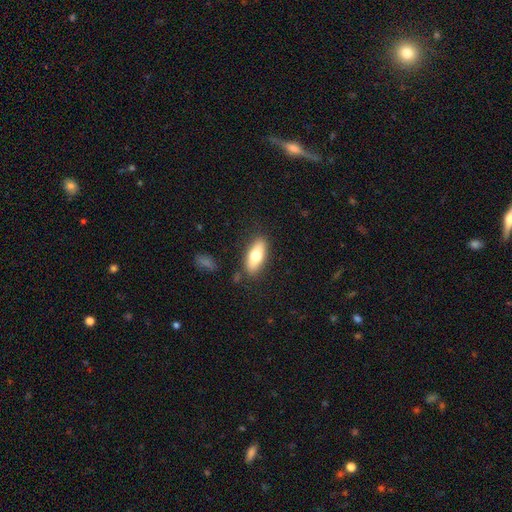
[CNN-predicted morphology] This appears to be a smooth galaxy with no disk features (69%) that is in between round and cigar-shaped (75%). Merging: none (84%).